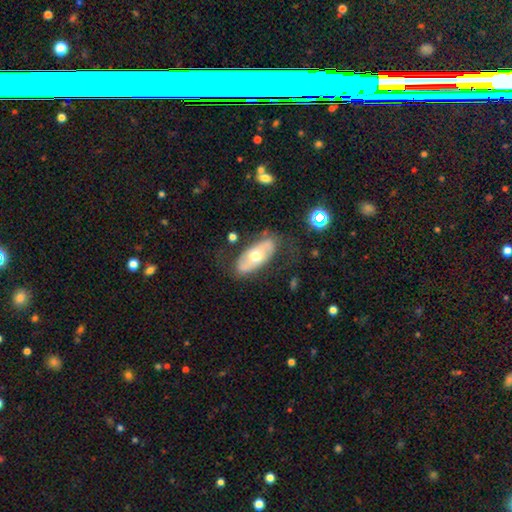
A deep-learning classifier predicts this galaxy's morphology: smooth_or_featured: featured or disk (p=0.54) [alt: smooth p=0.41]
disk_edge_on: no (p=0.84) [alt: yes p=0.16]
merging: none (p=0.72) [alt: minor disturbance p=0.18]